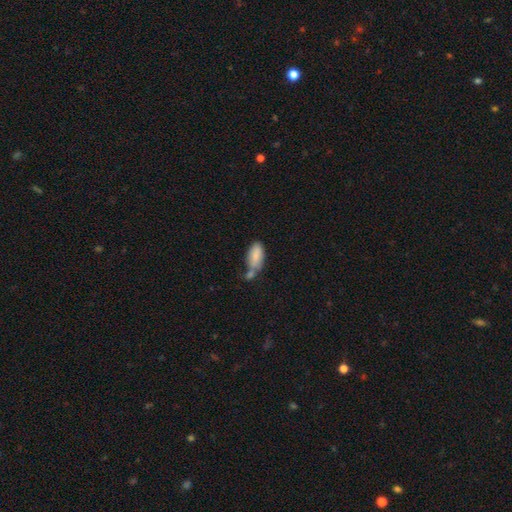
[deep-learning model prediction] Smooth or featured? Predicted: smooth (p=0.82). How rounded? Predicted: in between (p=0.90). Merging? Predicted: merger (p=0.37).